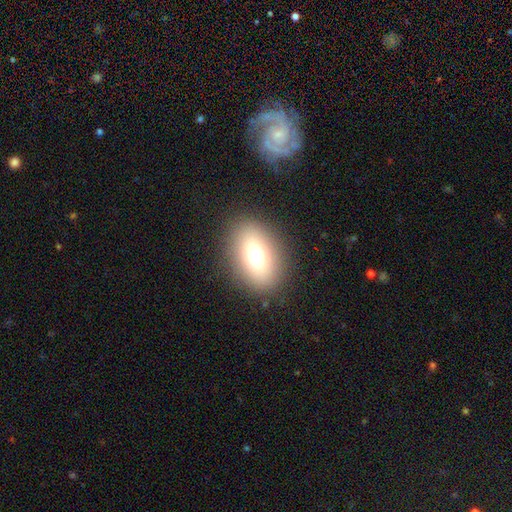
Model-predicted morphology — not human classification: Smooth or featured? Predicted: smooth (p=0.68). How rounded? Predicted: in between (p=0.67). Merging? Predicted: none (p=0.87).